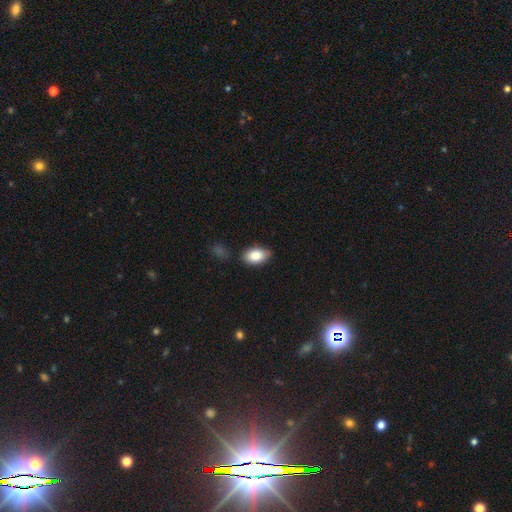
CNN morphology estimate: Q: Smooth or featured?
A: smooth (83%); runner-up: featured or disk (10%)
Q: How rounded?
A: in between (91%); runner-up: round (7%)
Q: Merging?
A: none (78%); runner-up: minor disturbance (16%)